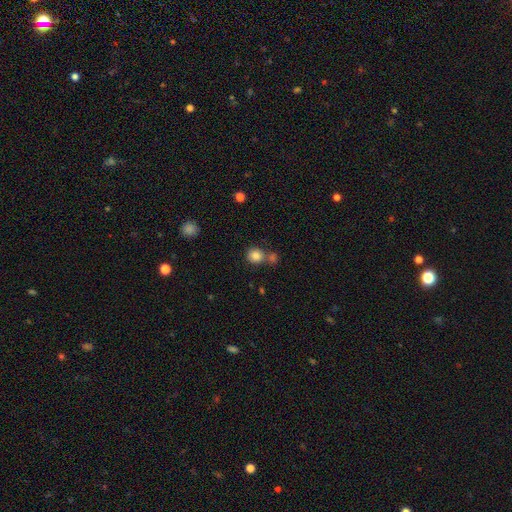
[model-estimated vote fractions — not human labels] smooth-or-featured: smooth: 82% | star or artifact: 11% | featured or disk: 7%
  how-rounded: round: 84% | in between: 15% | cigar-shaped: 1%
  merging: none: 60% | merger: 27% | minor disturbance: 9% | major disturbance: 3%